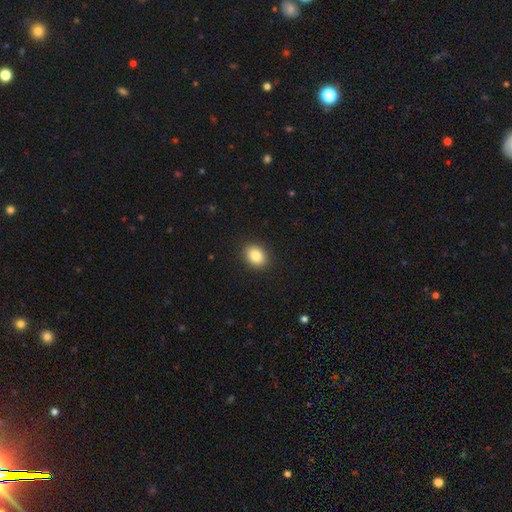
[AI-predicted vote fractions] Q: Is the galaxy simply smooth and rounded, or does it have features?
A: smooth — 86%.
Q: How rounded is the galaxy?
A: in between — 63%.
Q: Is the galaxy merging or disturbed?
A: none — 90%.